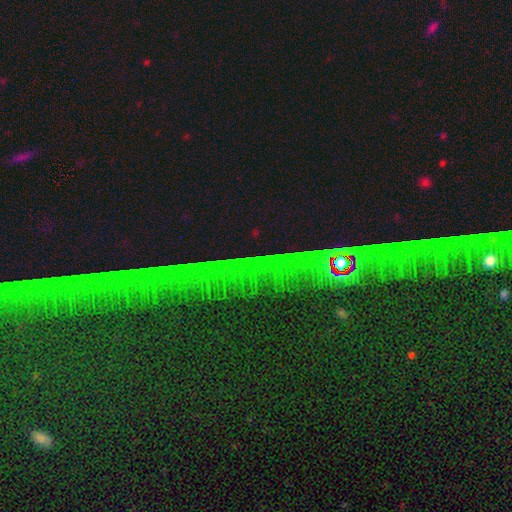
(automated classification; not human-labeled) Overall: star or artifact (83%).